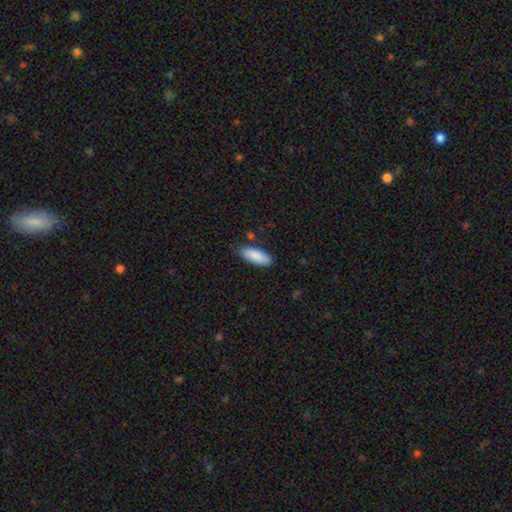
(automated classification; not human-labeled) Smooth or featured? Predicted: smooth (p=0.88). How rounded? Predicted: in between (p=0.74). Merging? Predicted: none (p=0.79).